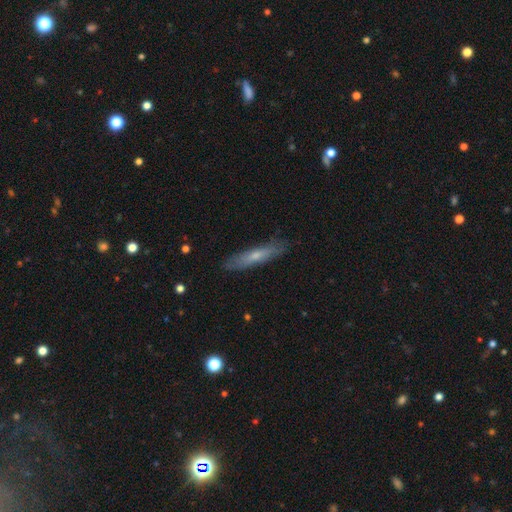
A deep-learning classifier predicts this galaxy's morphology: A smooth galaxy with no disk features (54%) that is cigar-shaped (86%).

Vote fractions:
- Smooth or featured? smooth: 54% / featured or disk: 40% / star or artifact: 6%
- How rounded? cigar-shaped: 86% / in between: 12% / round: 2%
- Merging? none: 84% / minor disturbance: 13% / major disturbance: 2% / merger: 1%